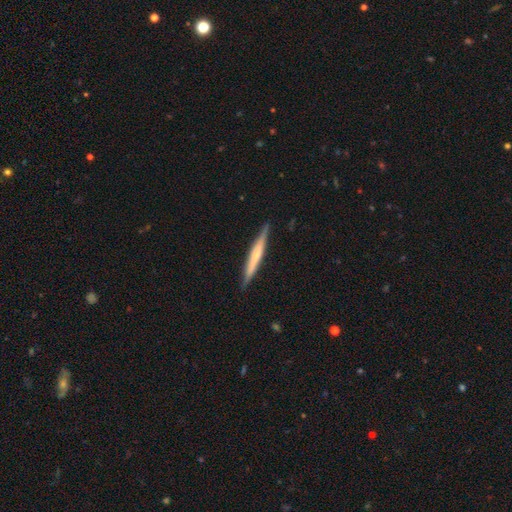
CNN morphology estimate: smooth_or_featured: featured or disk (p=0.53) [alt: smooth p=0.42]
disk_edge_on: yes (p=0.97) [alt: no p=0.03]
edge_on_bulge: none (p=0.48) [alt: rounded p=0.40]
merging: none (p=0.89) [alt: minor disturbance p=0.09]